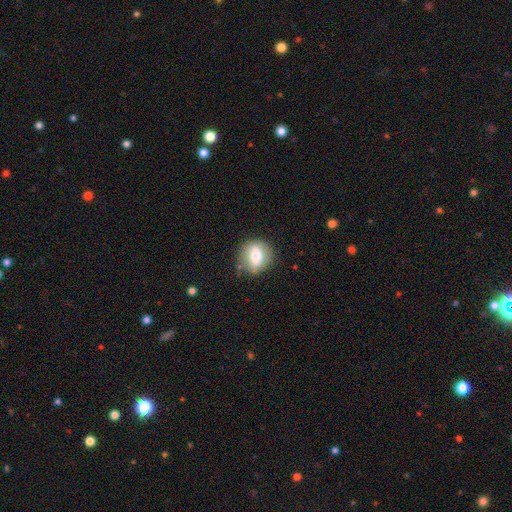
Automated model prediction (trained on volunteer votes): Overall: smooth (64%; featured or disk 28%). How rounded: round (75%). Merging: none (77%).